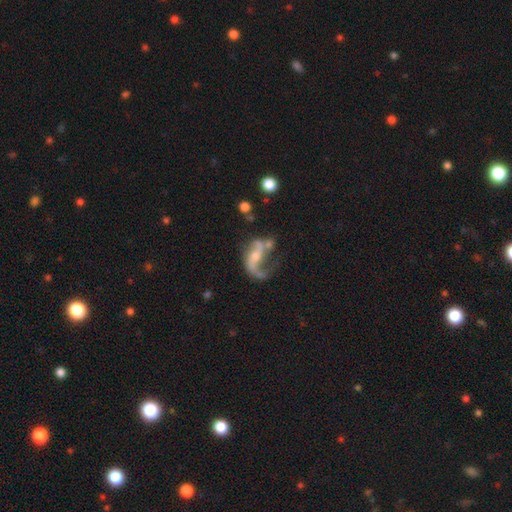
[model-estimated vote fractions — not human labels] Q: Smooth or featured?
A: featured or disk (81%); runner-up: smooth (11%)
Q: Edge-on disk?
A: no (96%); runner-up: yes (4%)
Q: Bar?
A: no (45%); runner-up: weak (37%)
Q: Spiral arms?
A: yes (89%); runner-up: no (11%)
Q: Spiral winding?
A: loose (77%); runner-up: medium (19%)
Q: Spiral arm count?
A: 2 (62%); runner-up: 1 (32%)
Q: Bulge size?
A: small (47%); runner-up: moderate (36%)
Q: Merging?
A: major disturbance (36%); runner-up: none (35%)